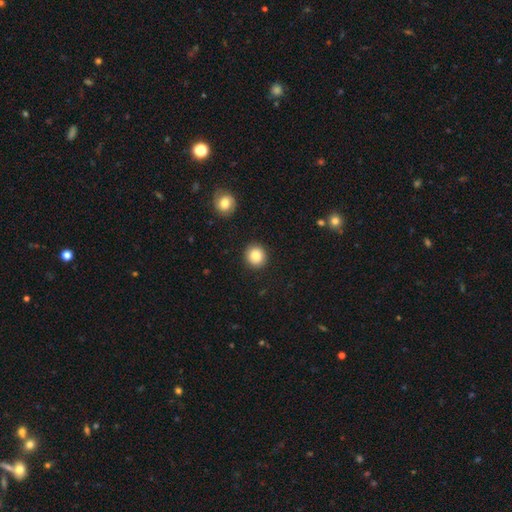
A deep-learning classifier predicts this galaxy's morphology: Smooth or featured: smooth — 84% (star or artifact — 9%)
How rounded: round — 90% (in between — 9%)
Merging: none — 91% (minor disturbance — 6%)